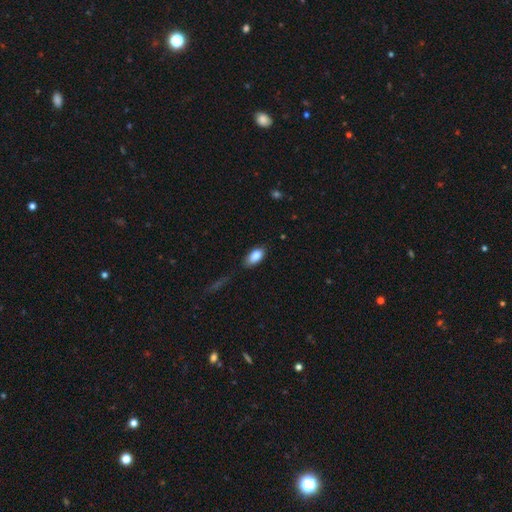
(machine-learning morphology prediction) smooth_or_featured: smooth (p=0.86) [alt: star or artifact p=0.07]
how_rounded: in between (p=0.91) [alt: cigar-shaped p=0.05]
merging: none (p=0.76) [alt: minor disturbance p=0.18]